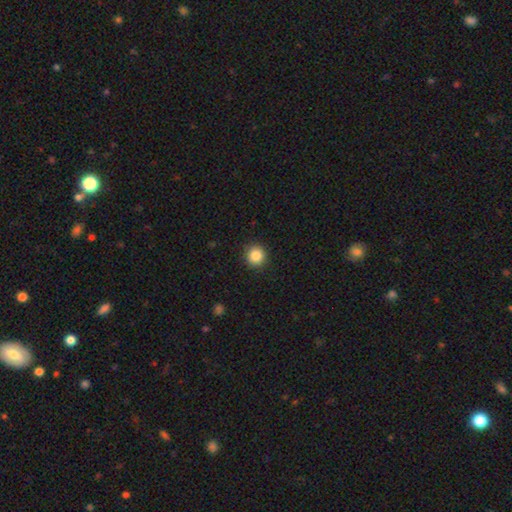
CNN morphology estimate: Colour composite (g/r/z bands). It shows a smooth galaxy with no disk features (86%) that is round (93%). Merging: none (92%).